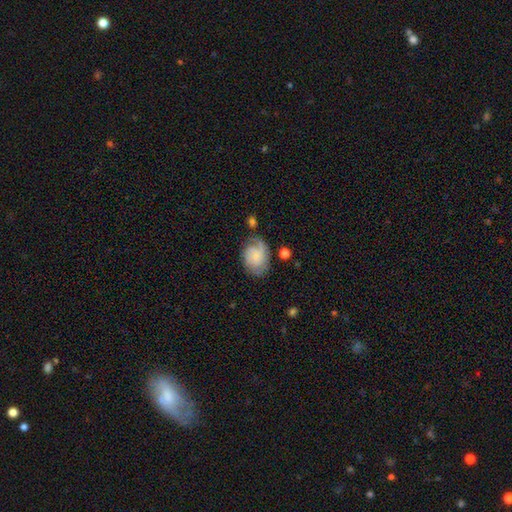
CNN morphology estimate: Smooth or featured? Predicted: featured or disk (p=0.55). Edge-on disk? Predicted: no (p=0.97). Bar? Predicted: no (p=0.70). Spiral arms? Predicted: yes (p=0.88). Bulge size? Predicted: none (p=0.39). Merging? Predicted: none (p=0.55).